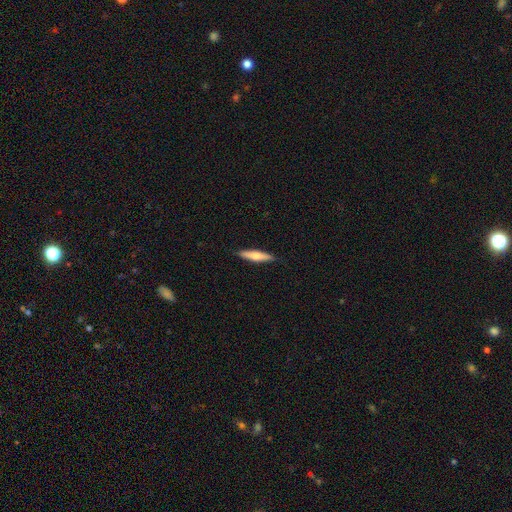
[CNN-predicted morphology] smooth_or_featured: smooth (p=0.56) [alt: featured or disk p=0.38]
how_rounded: cigar-shaped (p=0.85) [alt: in between p=0.13]
merging: none (p=0.89) [alt: minor disturbance p=0.08]